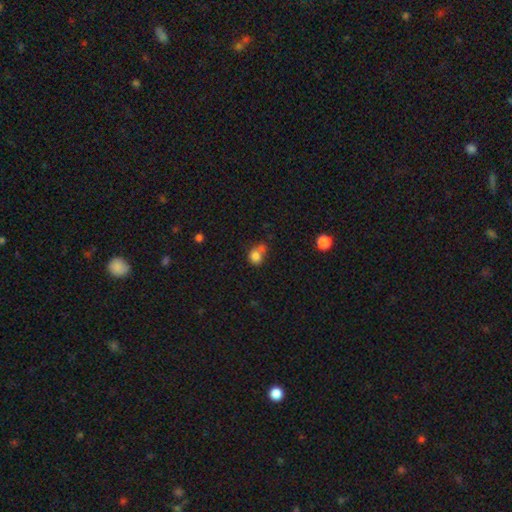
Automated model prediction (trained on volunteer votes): smooth 80%, star or artifact 11%, featured or disk 8%. Down the decision tree: how rounded — round (71%); merging — none (40%).